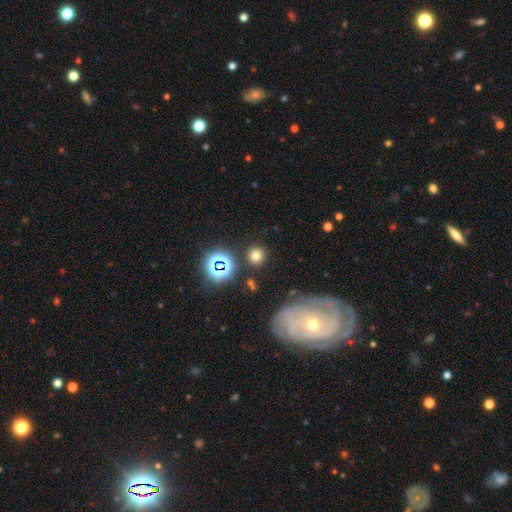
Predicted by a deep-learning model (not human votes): Q: Smooth or featured?
A: smooth (71%); runner-up: star or artifact (21%)
Q: How rounded?
A: round (91%); runner-up: in between (8%)
Q: Merging?
A: none (86%); runner-up: minor disturbance (7%)